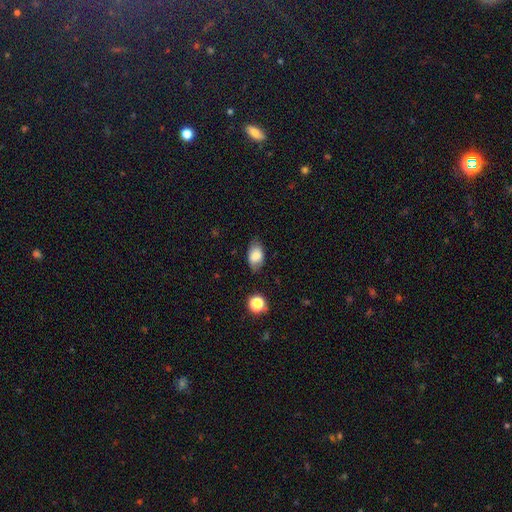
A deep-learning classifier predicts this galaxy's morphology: This appears to be a smooth galaxy with no disk features (81%) that is in between round and cigar-shaped (88%). Merging: none (77%).